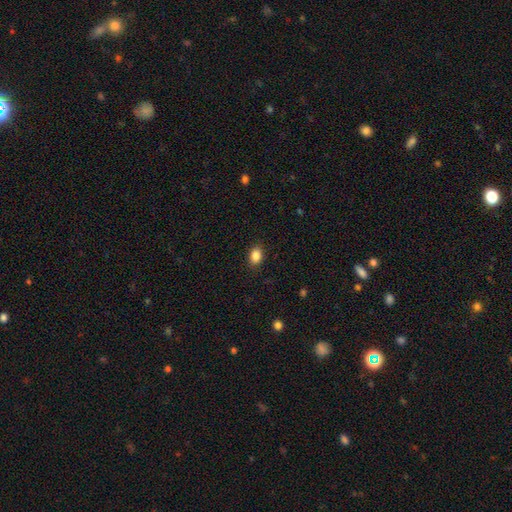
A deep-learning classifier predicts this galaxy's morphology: smooth 86%, star or artifact 9%, featured or disk 5%. Down the decision tree: how rounded — in between (76%); merging — none (88%).